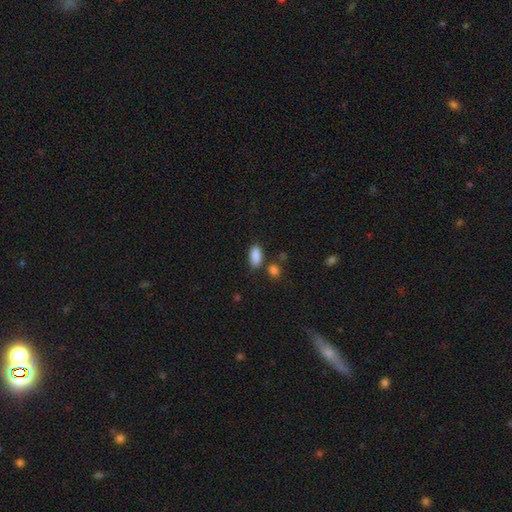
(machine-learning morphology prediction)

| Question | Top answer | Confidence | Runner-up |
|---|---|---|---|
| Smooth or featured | smooth | 88% | star or artifact (8%) |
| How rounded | in between | 88% | cigar-shaped (8%) |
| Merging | none | 73% | minor disturbance (14%) |